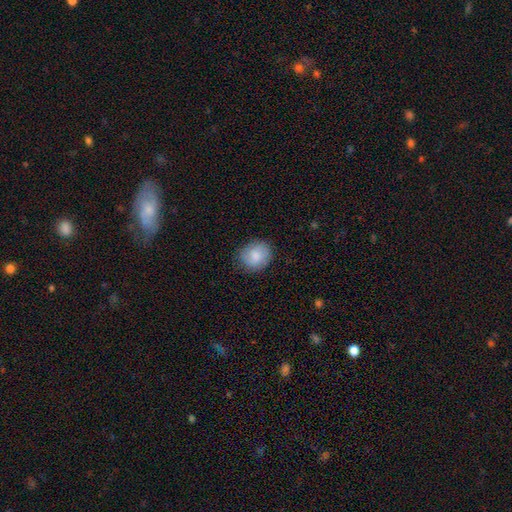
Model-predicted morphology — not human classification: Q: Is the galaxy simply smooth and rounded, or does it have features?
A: smooth — 77%.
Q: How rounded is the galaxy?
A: round — 73%.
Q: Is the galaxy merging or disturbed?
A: none — 81%.